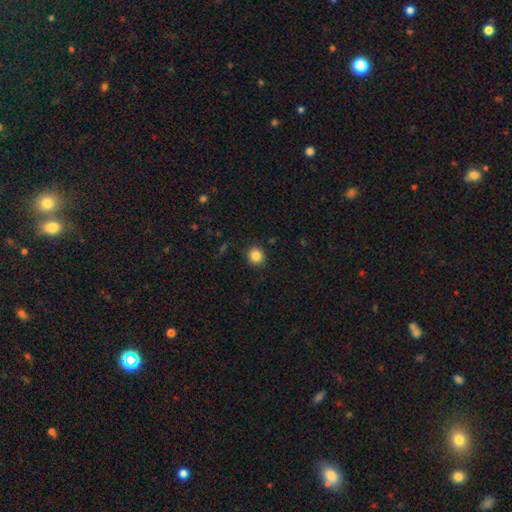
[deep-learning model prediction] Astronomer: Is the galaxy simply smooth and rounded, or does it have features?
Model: smooth — 85%.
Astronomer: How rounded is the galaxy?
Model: round — 87%.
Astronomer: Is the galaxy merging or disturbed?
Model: none — 91%.